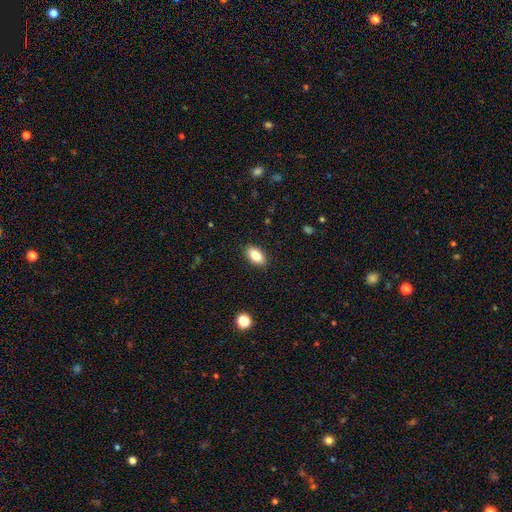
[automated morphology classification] Q: Smooth or featured?
A: smooth (83%); runner-up: featured or disk (9%)
Q: How rounded?
A: in between (92%); runner-up: round (5%)
Q: Merging?
A: none (89%); runner-up: minor disturbance (8%)